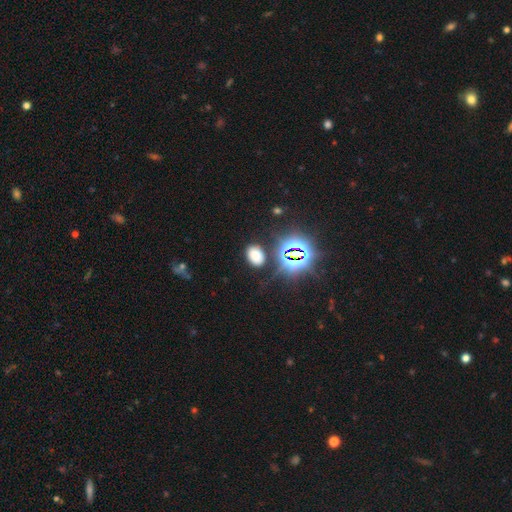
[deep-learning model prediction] Smooth or featured: smooth — 66% (star or artifact — 27%)
How rounded: in between — 80% (round — 19%)
Merging: none — 80% (minor disturbance — 12%)